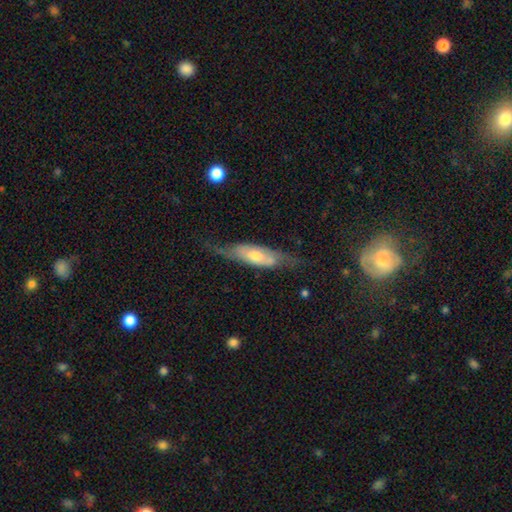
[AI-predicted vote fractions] A featured or disk galaxy (67%). Merging: none (62%).